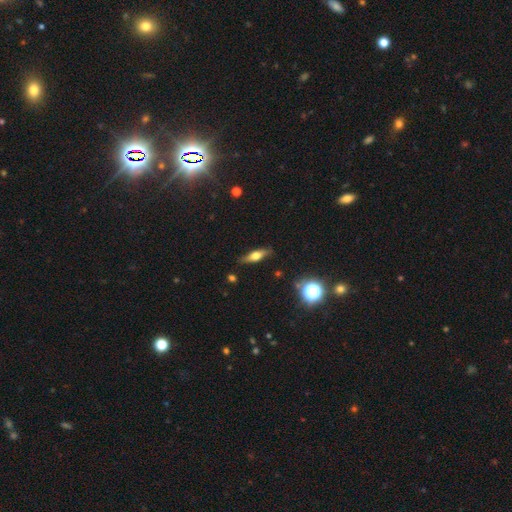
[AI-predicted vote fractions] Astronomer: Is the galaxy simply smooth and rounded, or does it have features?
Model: smooth — 48% (runner-up: featured or disk, 43%).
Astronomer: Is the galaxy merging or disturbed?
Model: none — 83%.